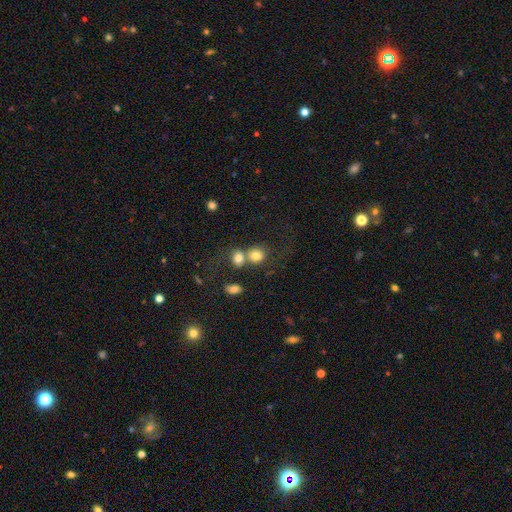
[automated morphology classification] type=smooth (79%); roundness=round (72%); merging=merger (47%).